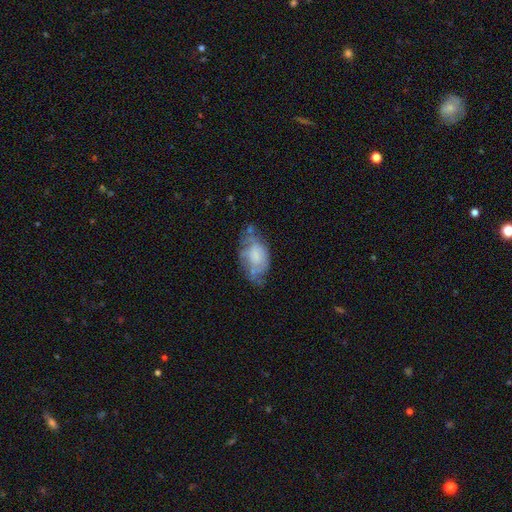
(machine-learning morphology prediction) Smooth or featured?
  - featured or disk: 47% *
  - smooth: 45%
  - star or artifact: 8%
Merging?
  - none: 41% *
  - minor disturbance: 33%
  - major disturbance: 21%
  - merger: 5%